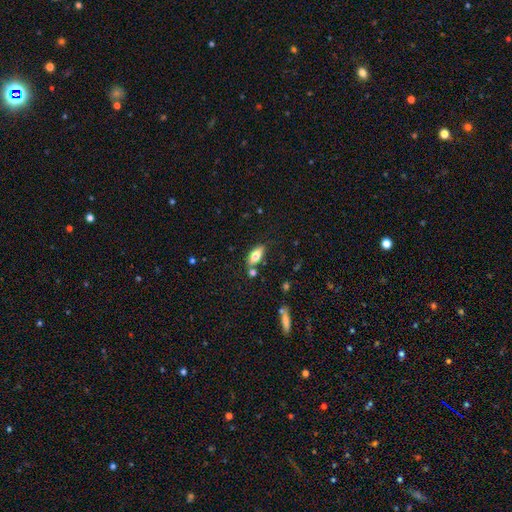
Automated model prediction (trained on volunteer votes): Morphology: type=smooth (76%); roundness=in between (83%); merging=none (73%).